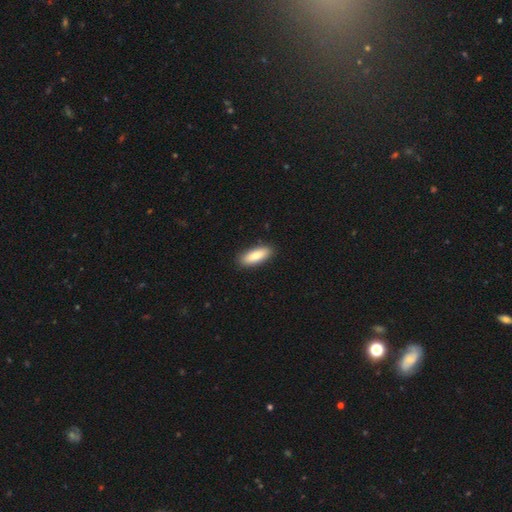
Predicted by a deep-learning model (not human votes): The model was most divided on "how rounded": in between: 68%, cigar-shaped: 30%, round: 2%. More confident: merging — none (89%); smooth or featured — smooth (86%).